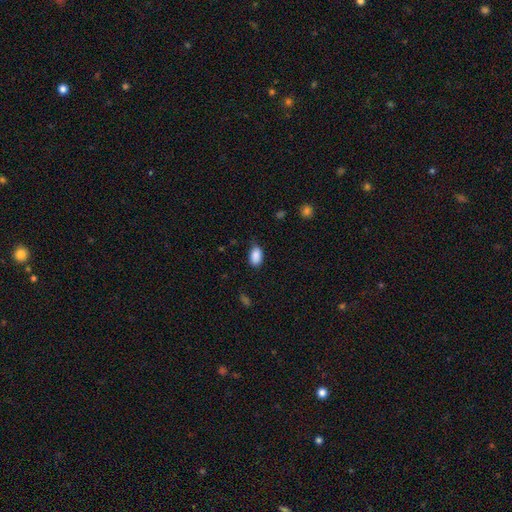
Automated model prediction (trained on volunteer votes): A smooth galaxy with no disk features (89%) that is in between round and cigar-shaped (92%). Merging: none (73%).